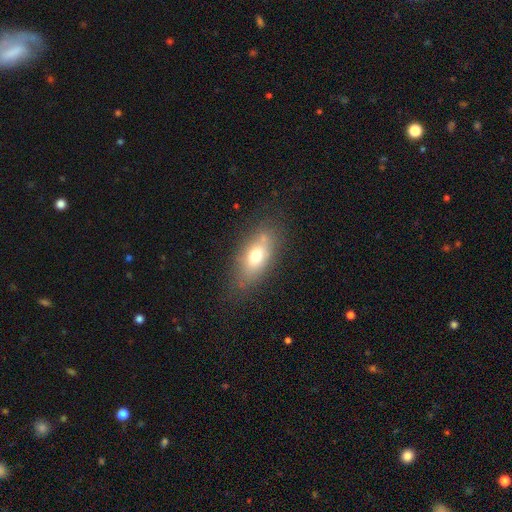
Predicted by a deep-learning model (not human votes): Overall: smooth (69%). How rounded: in between (82%). Merging: none (69%).